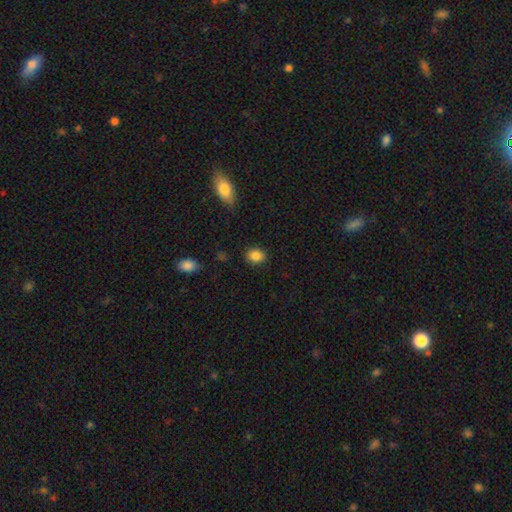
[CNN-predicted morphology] A smooth galaxy with no disk features (86%) that is in between round and cigar-shaped (54%). Merging: none (86%).